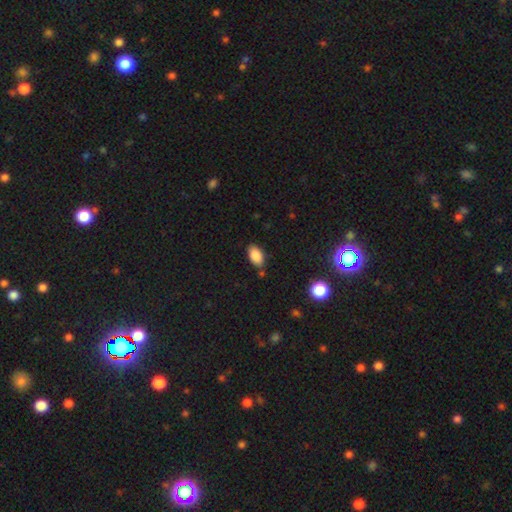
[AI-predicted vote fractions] Smooth or featured: smooth — 86% (star or artifact — 9%)
How rounded: in between — 93% (round — 5%)
Merging: none — 79% (minor disturbance — 14%)